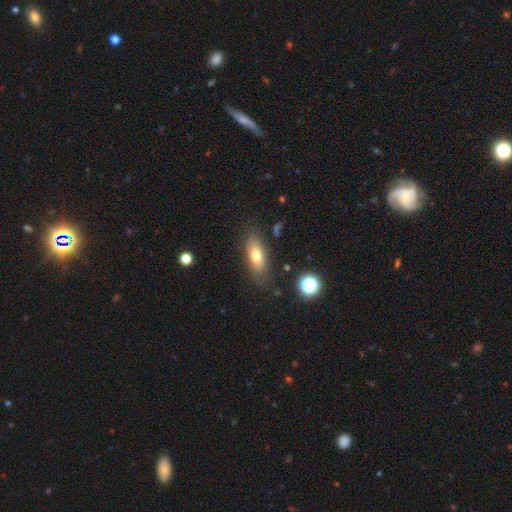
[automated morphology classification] Smooth or featured?
  - smooth: 69% *
  - featured or disk: 22%
  - star or artifact: 9%
How rounded?
  - in between: 75% *
  - cigar-shaped: 21%
  - round: 5%
Merging?
  - none: 81% *
  - minor disturbance: 13%
  - major disturbance: 4%
  - merger: 2%